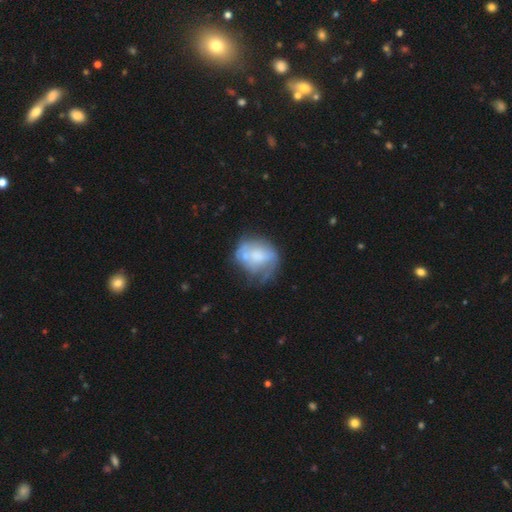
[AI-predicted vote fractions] Smooth or featured: featured or disk — 48% (smooth — 44%)
Merging: none — 35% (minor disturbance — 29%)